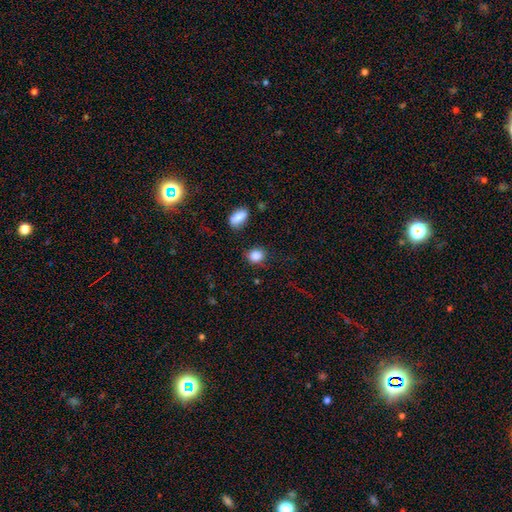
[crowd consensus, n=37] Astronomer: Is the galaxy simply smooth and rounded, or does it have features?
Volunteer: smooth — 89%.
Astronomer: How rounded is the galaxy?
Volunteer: round — 70%.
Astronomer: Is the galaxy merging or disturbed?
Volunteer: none — 80%.